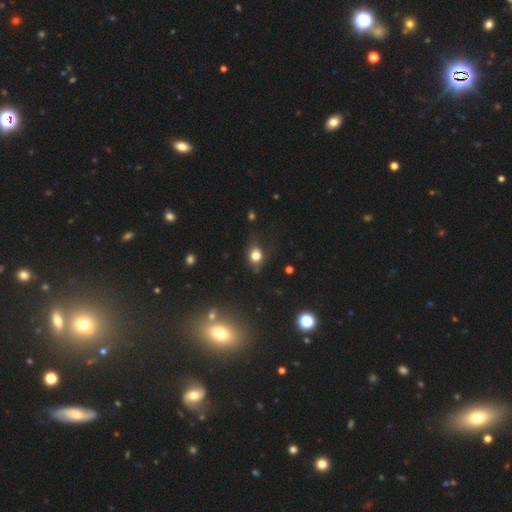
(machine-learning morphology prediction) This appears to be a smooth galaxy with no disk features (72%) that is round (57%). Merging: none (64%).